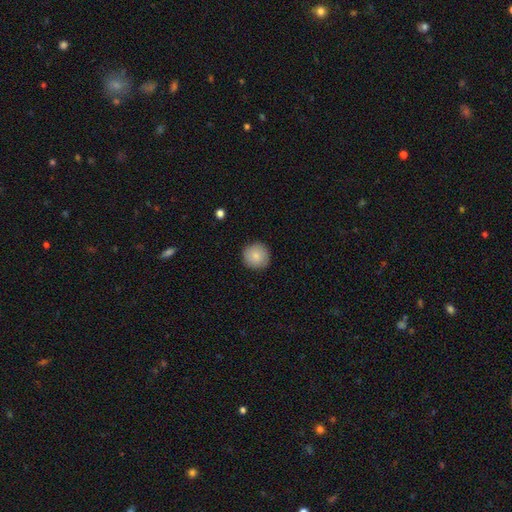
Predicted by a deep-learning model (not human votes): Smooth or featured?
  - smooth: 85% *
  - featured or disk: 7%
  - star or artifact: 7%
How rounded?
  - round: 95% *
  - in between: 4%
  - cigar-shaped: 1%
Merging?
  - none: 90% *
  - minor disturbance: 7%
  - major disturbance: 2%
  - merger: 1%